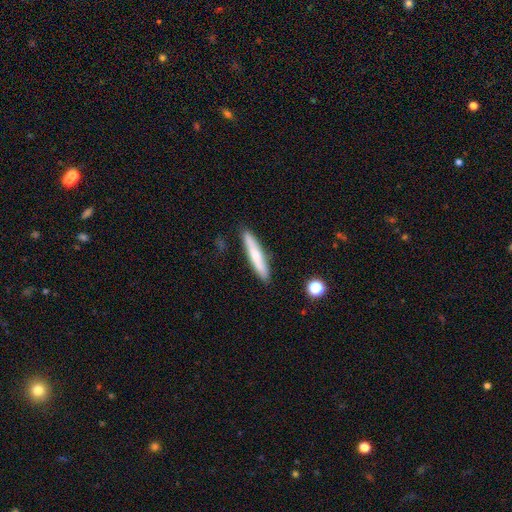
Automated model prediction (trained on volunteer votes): Morphology: type=smooth (62%); roundness=cigar-shaped (90%); merging=none (86%).